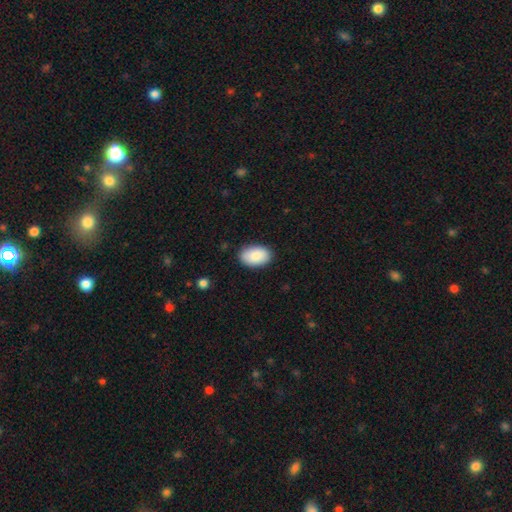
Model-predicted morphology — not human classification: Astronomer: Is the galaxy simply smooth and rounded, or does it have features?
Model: smooth — 87%.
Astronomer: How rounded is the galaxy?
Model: in between — 91%.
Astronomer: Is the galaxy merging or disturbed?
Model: none — 87%.